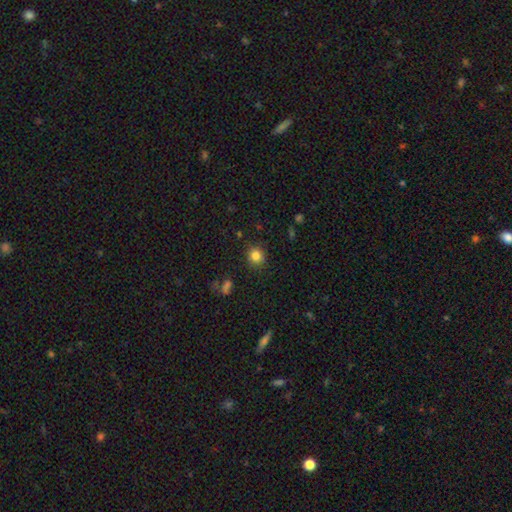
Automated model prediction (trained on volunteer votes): This appears to be a smooth galaxy with no disk features (83%) that is round (85%). Merging: none (87%).